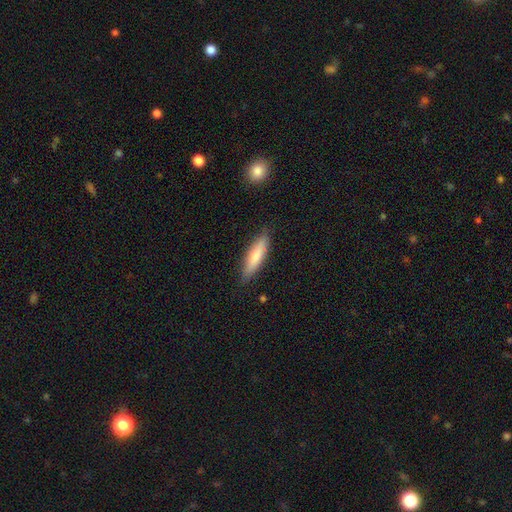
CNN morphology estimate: Q: Smooth or featured?
A: smooth (71%); runner-up: featured or disk (23%)
Q: How rounded?
A: cigar-shaped (70%); runner-up: in between (28%)
Q: Merging?
A: none (84%); runner-up: minor disturbance (13%)